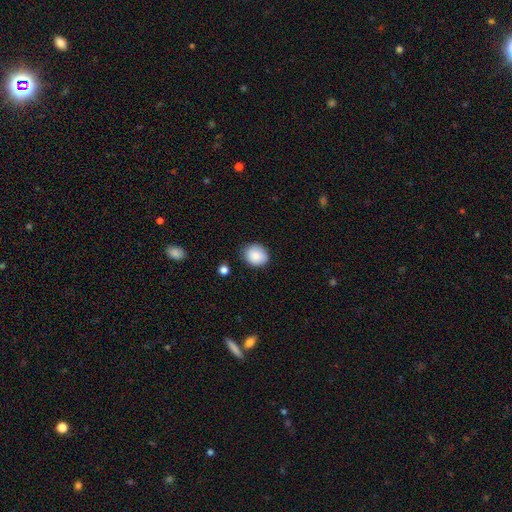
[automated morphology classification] Smooth or featured: smooth — 87% (star or artifact — 8%)
How rounded: round — 68% (in between — 31%)
Merging: none — 79% (minor disturbance — 16%)